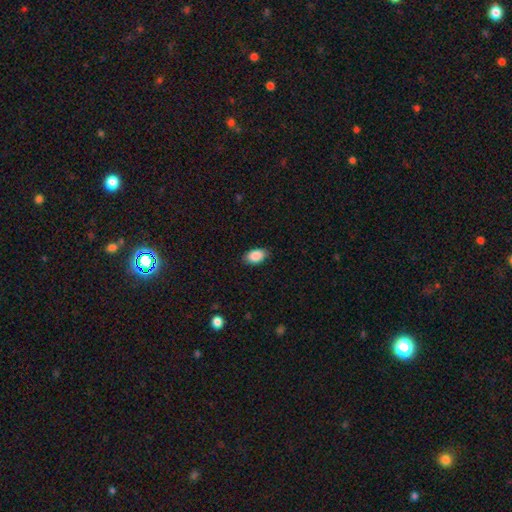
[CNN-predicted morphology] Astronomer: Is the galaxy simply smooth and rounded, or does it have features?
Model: smooth — 89%.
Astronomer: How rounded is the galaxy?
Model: in between — 91%.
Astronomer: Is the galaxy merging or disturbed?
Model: none — 84%.